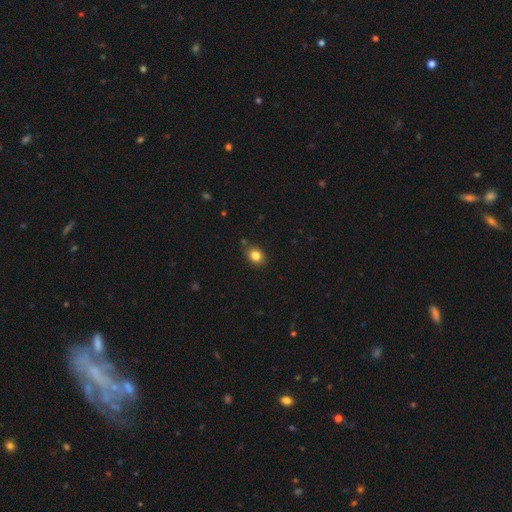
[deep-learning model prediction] Morphology: type=smooth (84%); roundness=in between (53%); merging=none (80%).